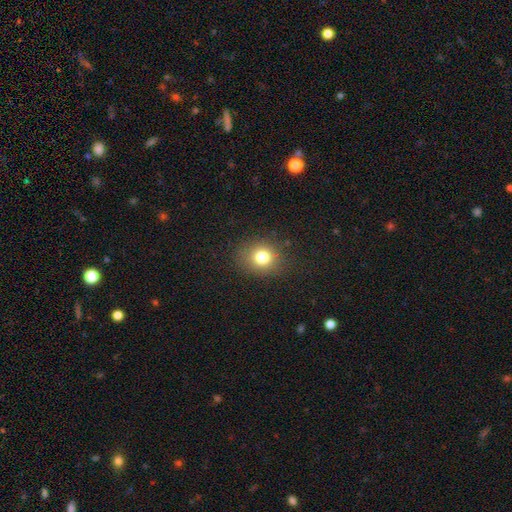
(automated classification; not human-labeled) smooth 77%, star or artifact 16%, featured or disk 8%. Down the decision tree: how rounded — round (70%); merging — none (88%).